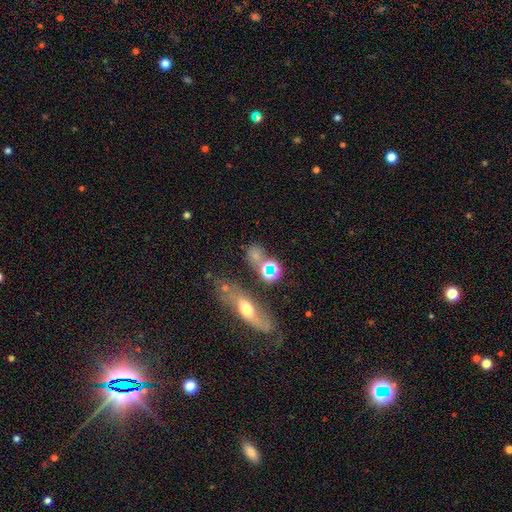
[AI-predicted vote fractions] Smooth or featured?
  - smooth: 56% *
  - star or artifact: 29%
  - featured or disk: 15%
How rounded?
  - round: 51% *
  - in between: 39%
  - cigar-shaped: 10%
Merging?
  - none: 61% *
  - merger: 18%
  - minor disturbance: 13%
  - major disturbance: 8%